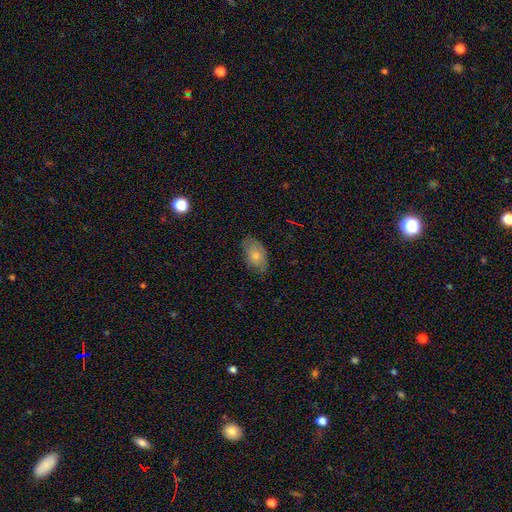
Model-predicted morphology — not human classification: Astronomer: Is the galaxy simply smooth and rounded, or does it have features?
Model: smooth — 75%.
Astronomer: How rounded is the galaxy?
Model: in between — 92%.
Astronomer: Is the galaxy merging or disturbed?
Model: none — 74%.